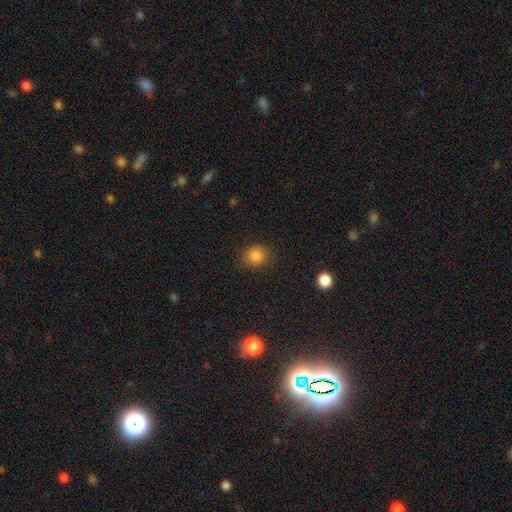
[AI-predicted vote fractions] A smooth galaxy with no disk features (84%) that is round (78%). Merging: none (83%).